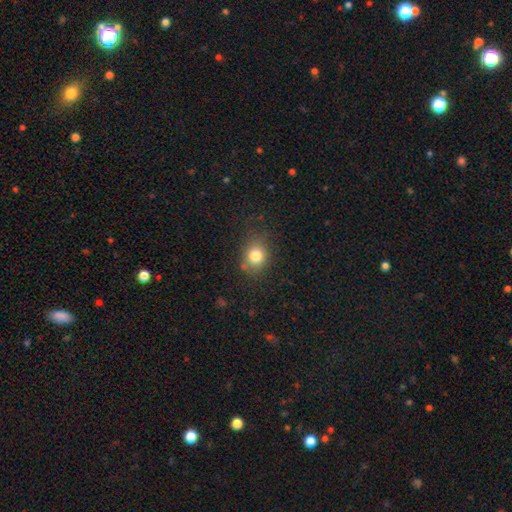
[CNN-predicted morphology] Smooth or featured: smooth — 81% (star or artifact — 11%)
How rounded: round — 63% (in between — 36%)
Merging: none — 75% (minor disturbance — 17%)